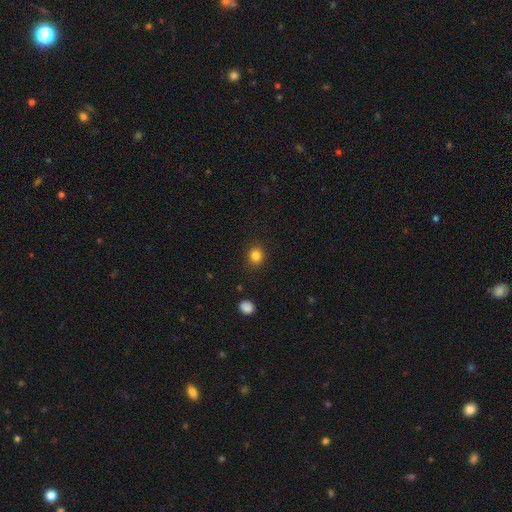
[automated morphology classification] smooth 83%, star or artifact 12%, featured or disk 5%. Down the decision tree: how rounded — round (82%); merging — none (90%).